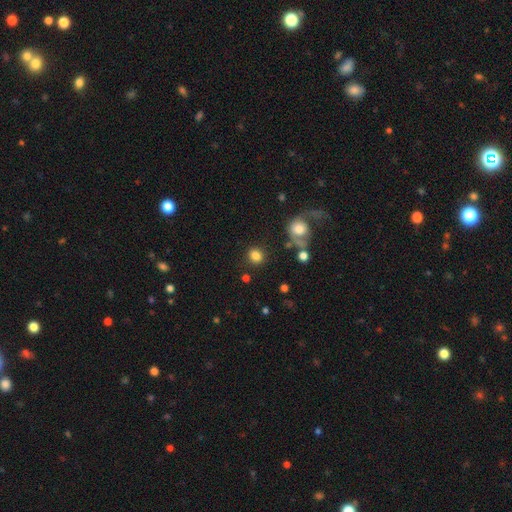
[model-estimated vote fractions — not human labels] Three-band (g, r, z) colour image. It shows a smooth galaxy with no disk features (83%) that is round (84%). Merging: none (83%).